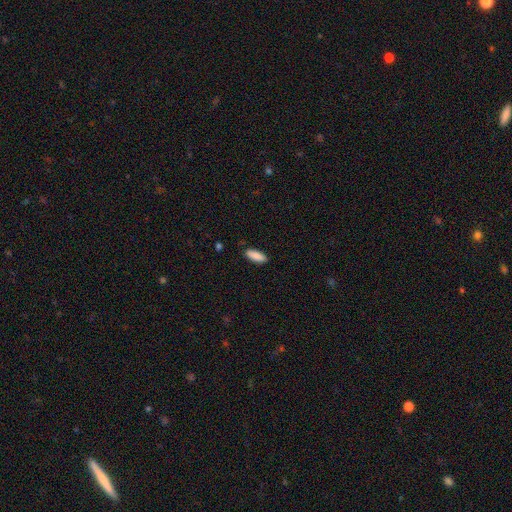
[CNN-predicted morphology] smooth_or_featured: smooth (p=0.89) [alt: star or artifact p=0.06]
how_rounded: in between (p=0.72) [alt: cigar-shaped p=0.27]
merging: none (p=0.87) [alt: minor disturbance p=0.10]